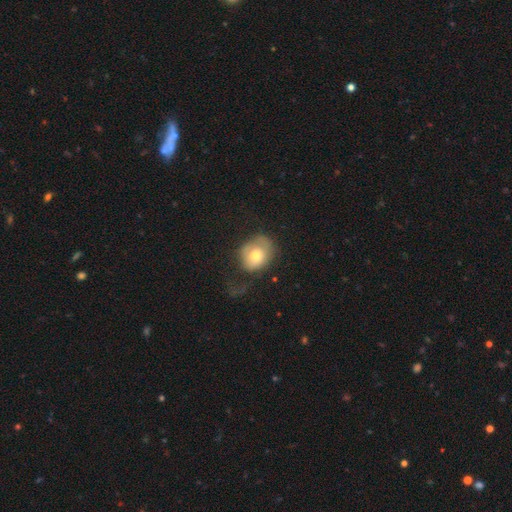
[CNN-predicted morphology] smooth 65%, featured or disk 27%, star or artifact 8%. Down the decision tree: how rounded — round (53%); merging — none (39%).